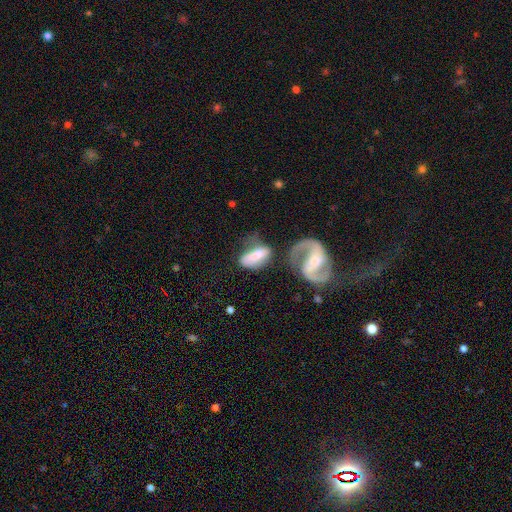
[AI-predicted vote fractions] Q: Smooth or featured?
A: smooth (51%); runner-up: featured or disk (43%)
Q: How rounded?
A: in between (85%); runner-up: cigar-shaped (11%)
Q: Merging?
A: merger (29%); runner-up: none (27%)